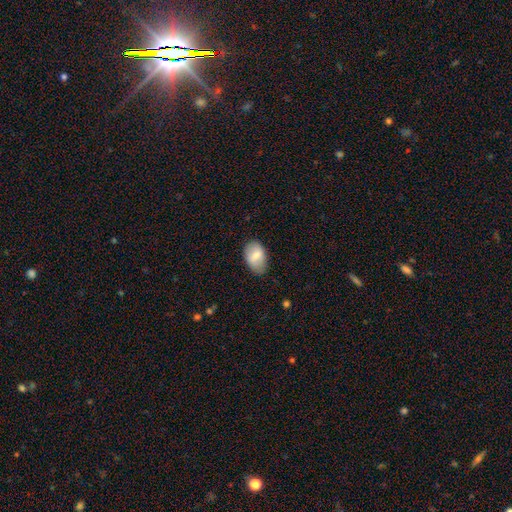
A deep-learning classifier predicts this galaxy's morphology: A smooth galaxy with no disk features (75%) that is in between round and cigar-shaped (91%).

Vote fractions:
- Smooth or featured? smooth: 75% / featured or disk: 19% / star or artifact: 7%
- How rounded? in between: 91% / round: 8% / cigar-shaped: 1%
- Merging? none: 71% / minor disturbance: 23% / major disturbance: 5% / merger: 1%